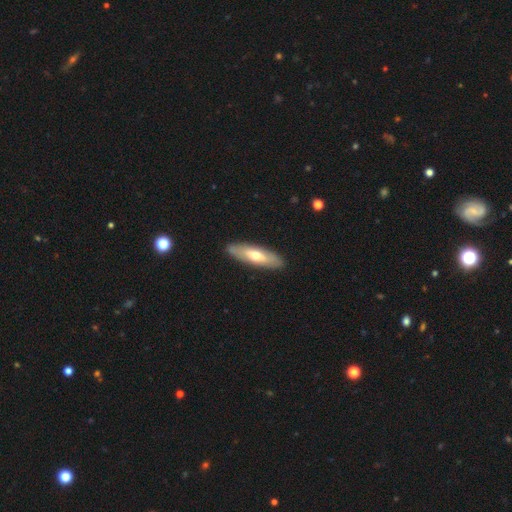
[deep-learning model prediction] A smooth galaxy with no disk features (53%) that is cigar-shaped (53%). Merging: none (89%).